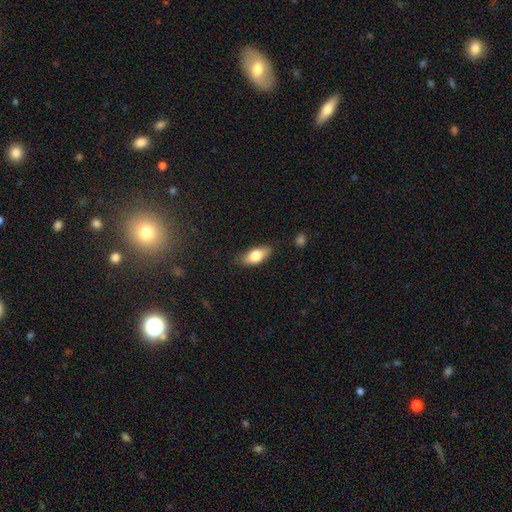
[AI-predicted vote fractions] Smooth or featured: smooth — 73% (featured or disk — 20%)
How rounded: in between — 84% (cigar-shaped — 12%)
Merging: none — 79% (minor disturbance — 16%)